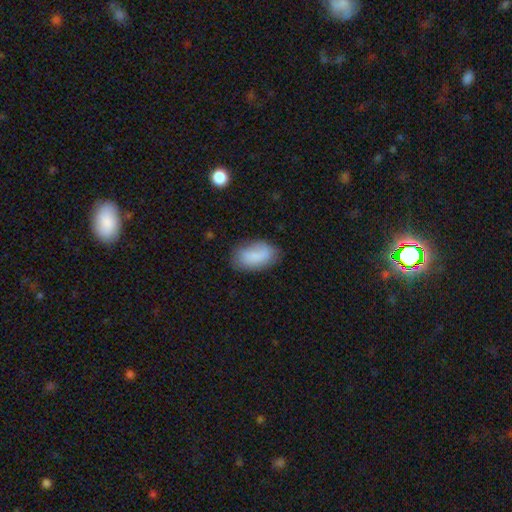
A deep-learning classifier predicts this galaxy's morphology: type=smooth (77%); roundness=in between (92%); merging=none (70%).